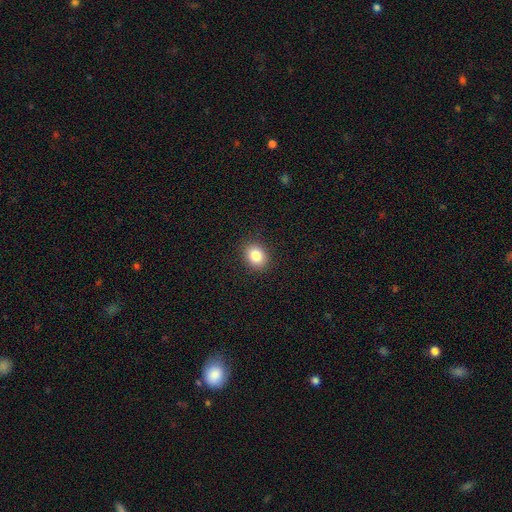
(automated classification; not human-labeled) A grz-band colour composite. It shows a smooth galaxy with no disk features (84%) that is round (50%). Merging: none (90%).